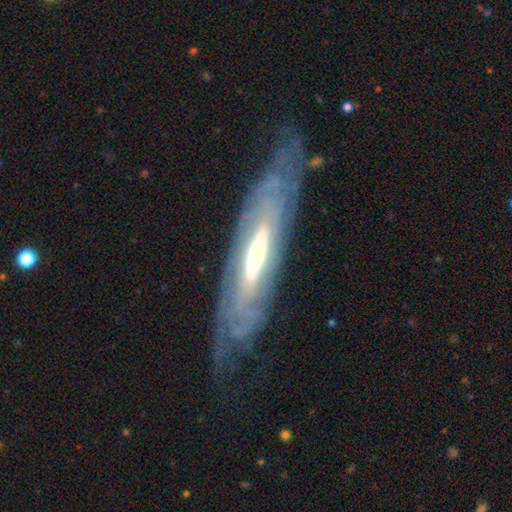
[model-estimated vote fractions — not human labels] The model was most divided on "bulge size": moderate: 46%, small: 43%, large: 8%, none: 2%, dominant: 2%. Remaining: spiral arms — yes (83%); smooth or featured — featured or disk (82%); merging — none (71%); edge-on disk — no (66%); bar — no (43%).